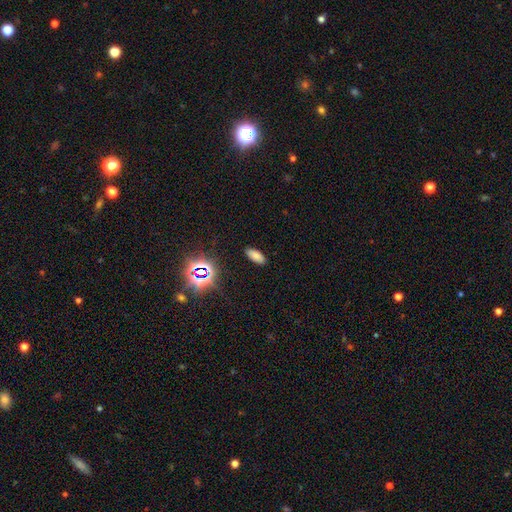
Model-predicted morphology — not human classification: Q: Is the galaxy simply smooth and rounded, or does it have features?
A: smooth — 75%.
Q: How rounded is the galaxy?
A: in between — 84%.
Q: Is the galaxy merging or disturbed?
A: none — 89%.